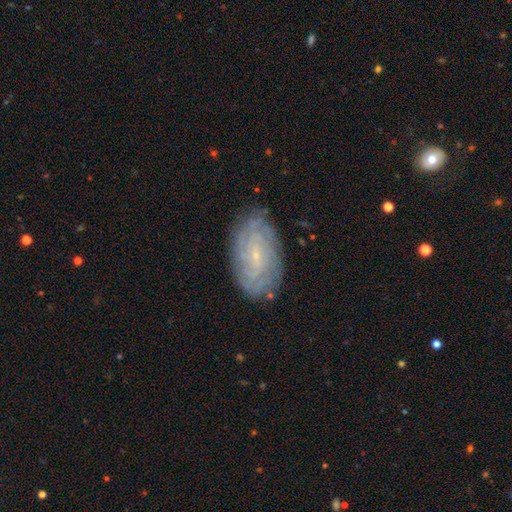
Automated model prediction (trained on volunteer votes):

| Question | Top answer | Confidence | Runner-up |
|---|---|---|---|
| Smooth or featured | featured or disk | 76% | smooth (16%) |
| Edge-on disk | no | 95% | yes (5%) |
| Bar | no | 56% | weak (36%) |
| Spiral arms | yes | 93% | no (7%) |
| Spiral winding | tight | 72% | medium (22%) |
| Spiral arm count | can't tell | 44% | 4 (17%) |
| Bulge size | small | 85% | moderate (9%) |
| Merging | none | 83% | minor disturbance (13%) |